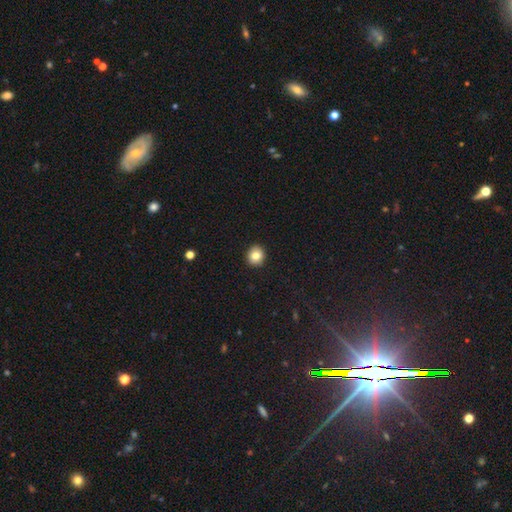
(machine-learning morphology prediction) Smooth or featured: smooth — 81% (star or artifact — 10%)
How rounded: round — 87% (in between — 12%)
Merging: none — 92% (minor disturbance — 5%)